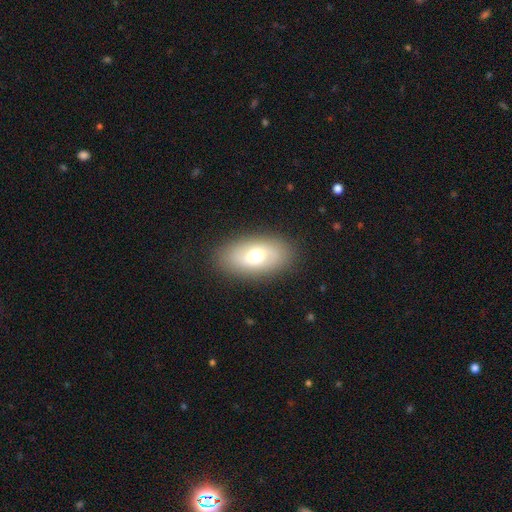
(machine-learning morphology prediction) This appears to be a smooth galaxy with no disk features (60%) that is in between round and cigar-shaped (90%). Merging: none (86%).